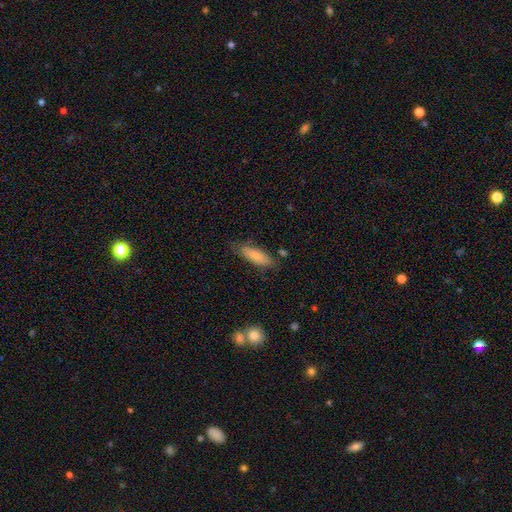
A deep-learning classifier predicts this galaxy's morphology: smooth 79%, featured or disk 15%, star or artifact 6%. Down the decision tree: how rounded — in between (57%); merging — none (73%).